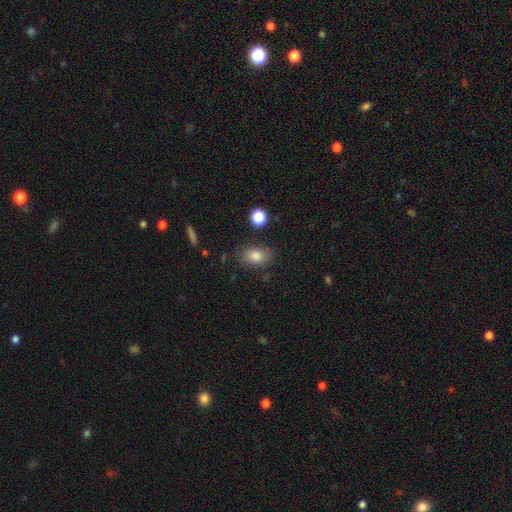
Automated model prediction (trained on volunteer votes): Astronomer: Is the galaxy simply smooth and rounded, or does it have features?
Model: smooth — 82%.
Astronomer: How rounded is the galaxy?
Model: in between — 82%.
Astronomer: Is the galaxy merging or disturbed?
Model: none — 80%.